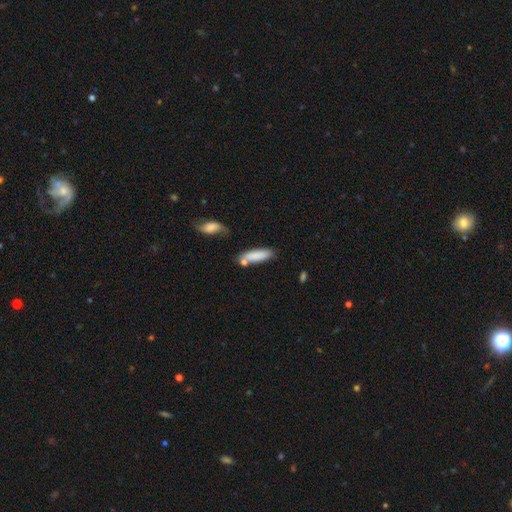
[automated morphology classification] smooth_or_featured: smooth (p=0.84) [alt: featured or disk p=0.10]
how_rounded: cigar-shaped (p=0.51) [alt: in between p=0.47]
merging: none (p=0.63) [alt: minor disturbance p=0.18]